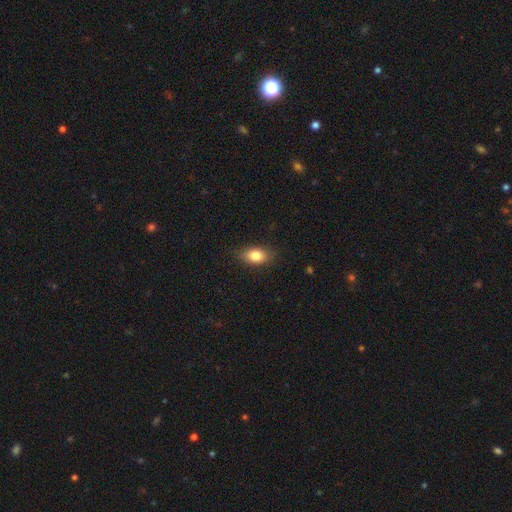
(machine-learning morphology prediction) type=smooth (83%); roundness=in between (82%); merging=none (81%).